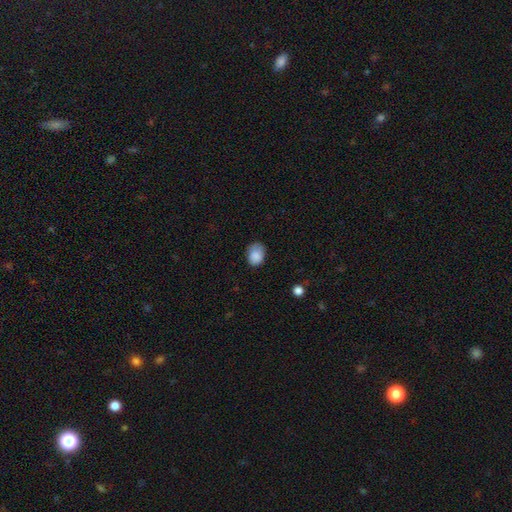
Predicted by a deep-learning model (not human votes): Overall: smooth (86%). How rounded: in between (64%; round 35%). Merging: none (64%; minor disturbance 28%).